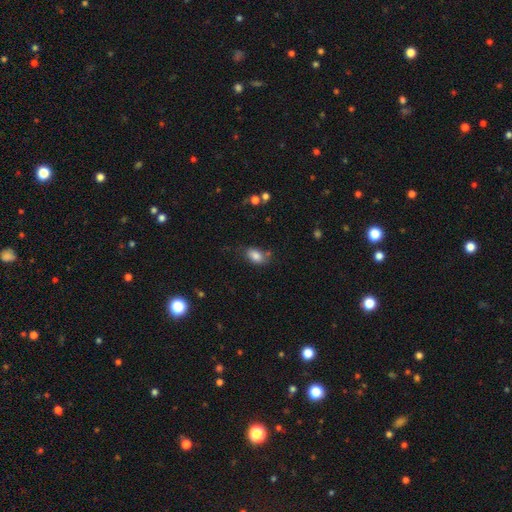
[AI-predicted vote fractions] smooth-or-featured: smooth: 82% | star or artifact: 9% | featured or disk: 9%
  how-rounded: in between: 88% | round: 10% | cigar-shaped: 2%
  merging: none: 65% | minor disturbance: 22% | major disturbance: 6% | merger: 6%